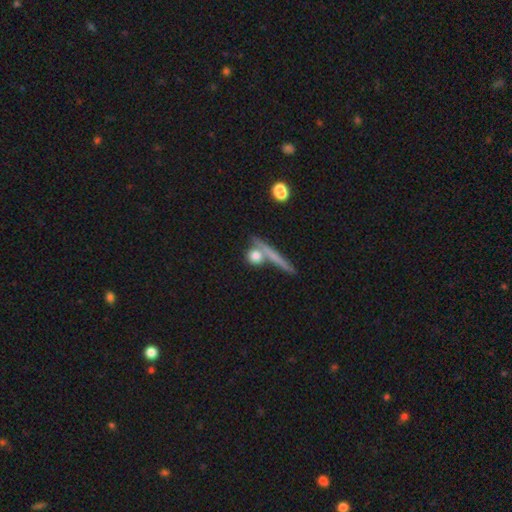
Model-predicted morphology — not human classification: This appears to be a smooth galaxy with no disk features (72%) that is round (72%). Merging: none (61%).